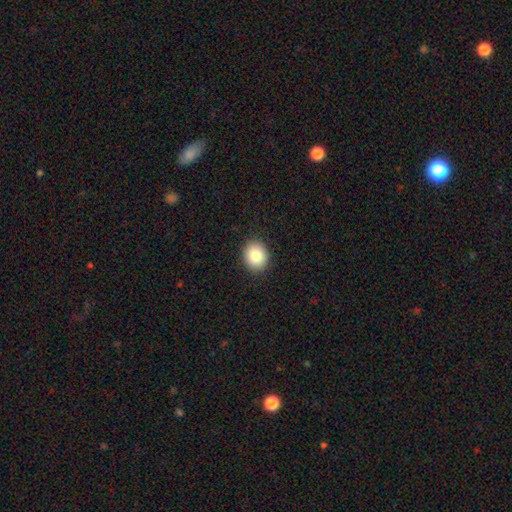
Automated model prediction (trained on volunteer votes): A smooth galaxy with no disk features (84%) that is round (70%).

Vote fractions:
- Smooth or featured? smooth: 84% / star or artifact: 9% / featured or disk: 7%
- How rounded? round: 70% / in between: 29% / cigar-shaped: 1%
- Merging? none: 91% / minor disturbance: 7% / major disturbance: 2% / merger: 1%